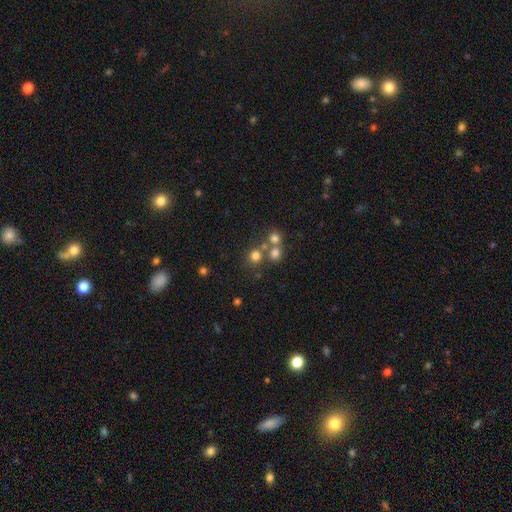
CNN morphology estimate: This appears to be a smooth galaxy with no disk features (71%) that is round (87%). Merging: none (60%).